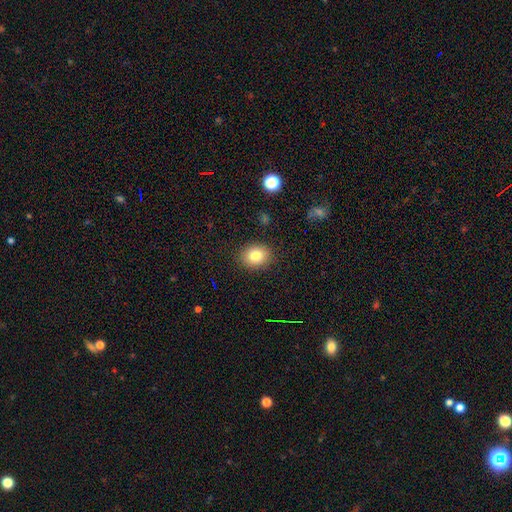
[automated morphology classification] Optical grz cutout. It shows a smooth galaxy with no disk features (82%) that is round (58%). Merging: none (88%).